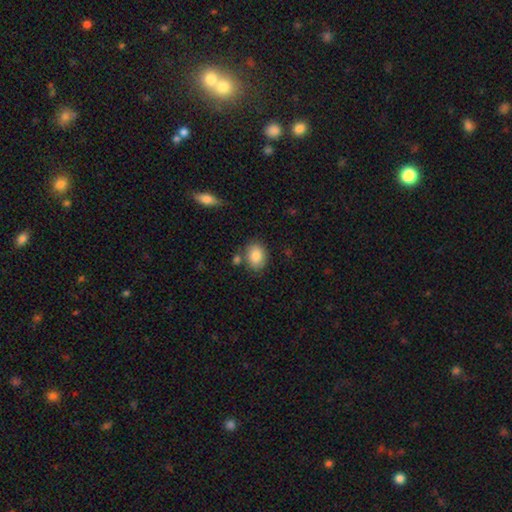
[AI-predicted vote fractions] This is clearly a smooth galaxy (85%). How rounded: likely in between (64%). Merging: likely none (75%).